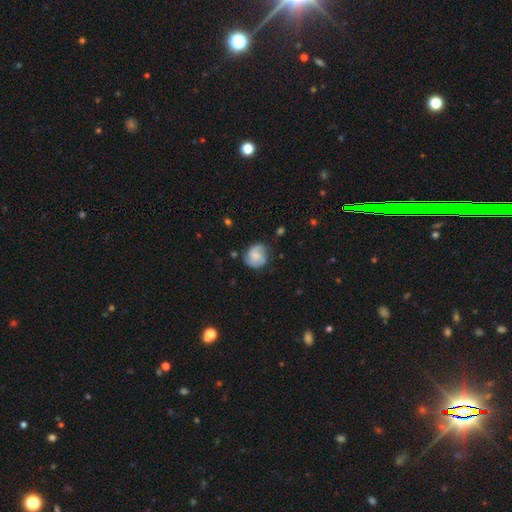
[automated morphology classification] A featured or disk galaxy (55%) with no bar (62%), spiral arms (89%) and a small central bulge (41%). Merging: none (67%).